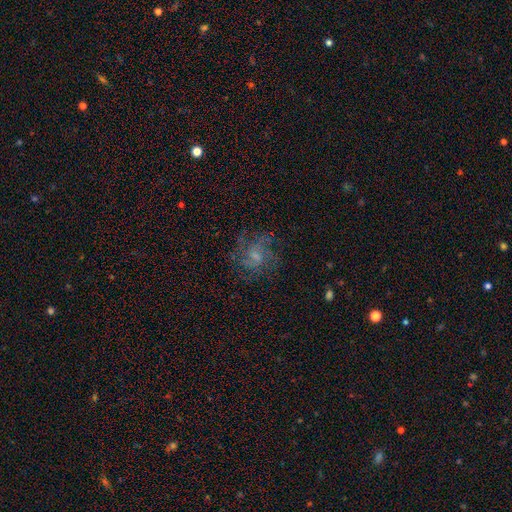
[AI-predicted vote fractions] Smooth or featured: featured or disk — 59% (smooth — 26%)
Edge-on disk: no — 97% (yes — 3%)
Bar: no — 51% (weak — 42%)
Spiral arms: yes — 78% (no — 22%)
Bulge size: small — 43% (moderate — 29%)
Merging: none — 63% (major disturbance — 18%)